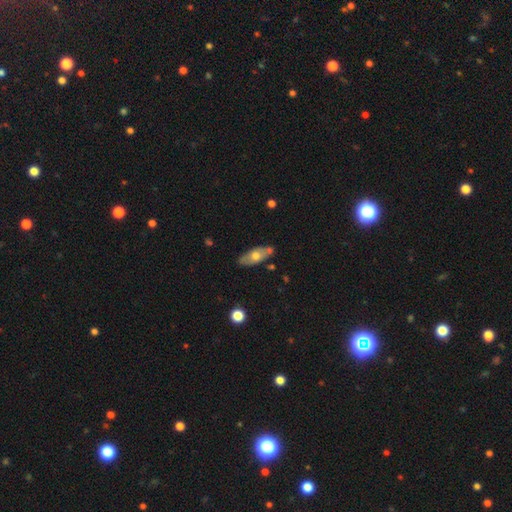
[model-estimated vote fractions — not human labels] Q: Smooth or featured?
A: smooth (51%); runner-up: featured or disk (43%)
Q: How rounded?
A: in between (79%); runner-up: cigar-shaped (17%)
Q: Merging?
A: none (76%); runner-up: minor disturbance (15%)